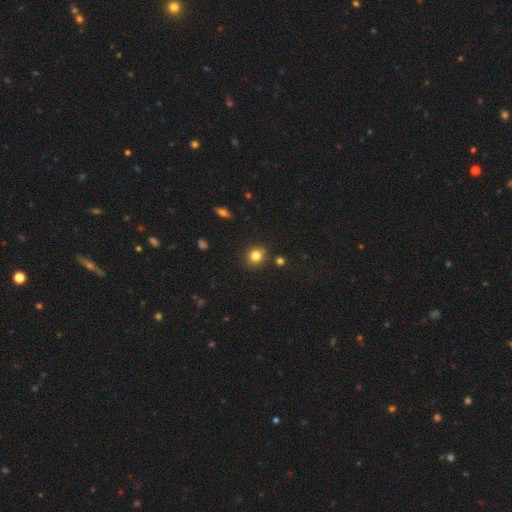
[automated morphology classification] A smooth galaxy with no disk features (81%) that is round (80%).

Vote fractions:
- Smooth or featured? smooth: 81% / star or artifact: 12% / featured or disk: 7%
- How rounded? round: 80% / in between: 19% / cigar-shaped: 1%
- Merging? none: 87% / minor disturbance: 8% / merger: 3% / major disturbance: 2%